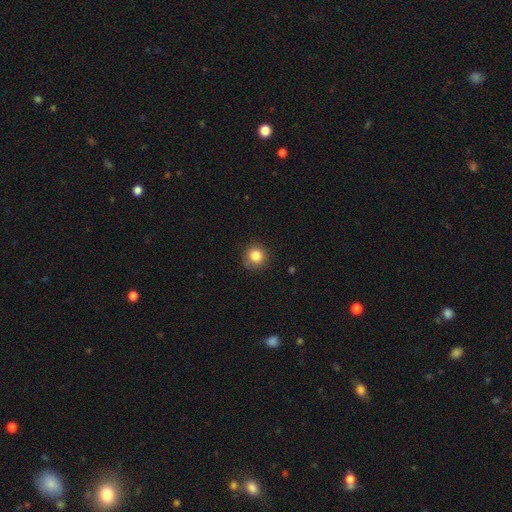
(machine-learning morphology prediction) A smooth galaxy with no disk features (84%) that is round (92%).

Vote fractions:
- Smooth or featured? smooth: 84% / star or artifact: 11% / featured or disk: 6%
- How rounded? round: 92% / in between: 7% / cigar-shaped: 1%
- Merging? none: 85% / minor disturbance: 11% / major disturbance: 3% / merger: 1%